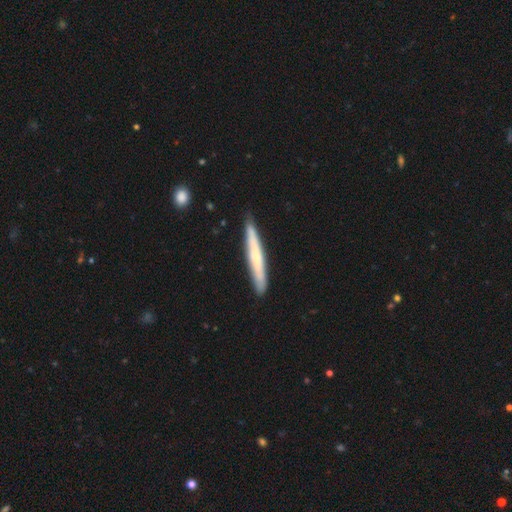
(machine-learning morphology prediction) smooth_or_featured: smooth (p=0.50) [alt: featured or disk p=0.45]
how_rounded: cigar-shaped (p=0.96) [alt: in between p=0.03]
merging: none (p=0.87) [alt: minor disturbance p=0.10]